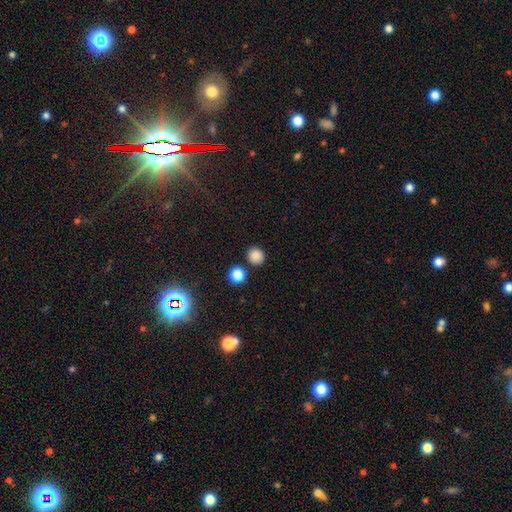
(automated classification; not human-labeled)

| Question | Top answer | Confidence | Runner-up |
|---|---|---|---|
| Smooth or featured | smooth | 84% | star or artifact (12%) |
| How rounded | round | 88% | in between (11%) |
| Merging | none | 86% | minor disturbance (7%) |